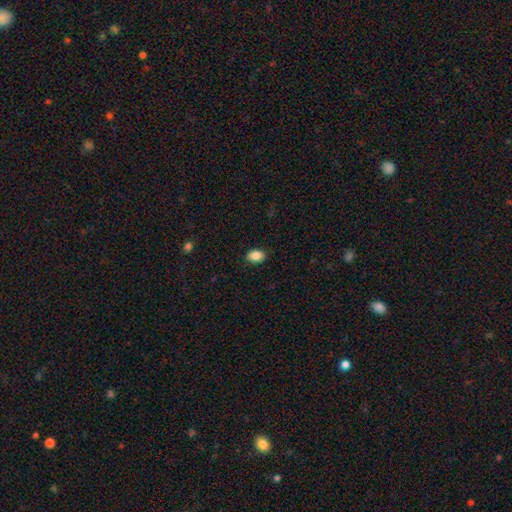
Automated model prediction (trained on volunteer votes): Smooth or featured: smooth — 86% (star or artifact — 8%)
How rounded: in between — 79% (round — 20%)
Merging: none — 88% (minor disturbance — 9%)